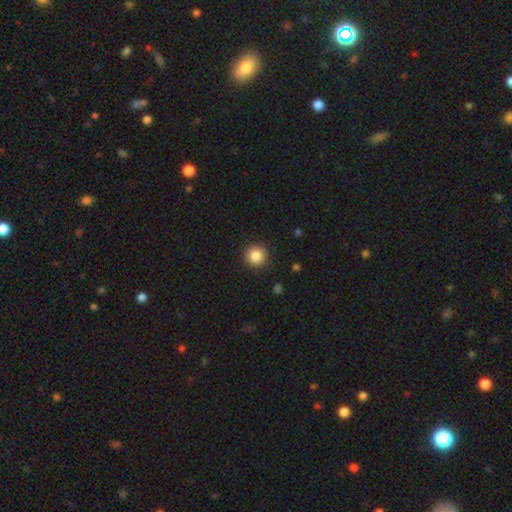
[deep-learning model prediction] A smooth galaxy with no disk features (86%) that is round (95%).

Vote fractions:
- Smooth or featured? smooth: 86% / star or artifact: 10% / featured or disk: 4%
- How rounded? round: 95% / in between: 4% / cigar-shaped: 1%
- Merging? none: 91% / minor disturbance: 6% / major disturbance: 2% / merger: 1%